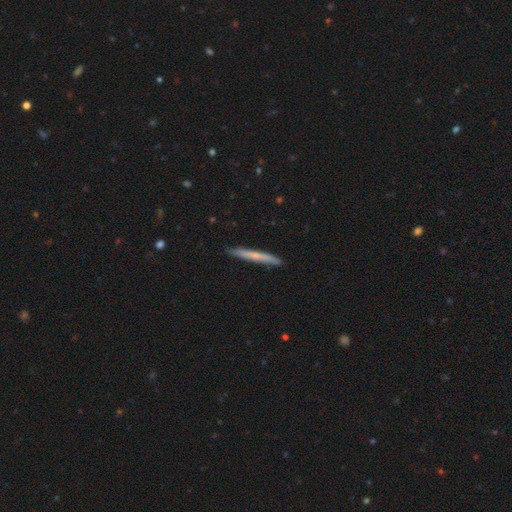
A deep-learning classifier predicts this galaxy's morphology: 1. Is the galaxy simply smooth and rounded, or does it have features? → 56% smooth, 39% featured or disk, 6% star or artifact.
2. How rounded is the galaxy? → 97% cigar-shaped, 2% in between, 1% round.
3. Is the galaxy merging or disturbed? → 89% none, 8% minor disturbance, 1% major disturbance, 1% merger.